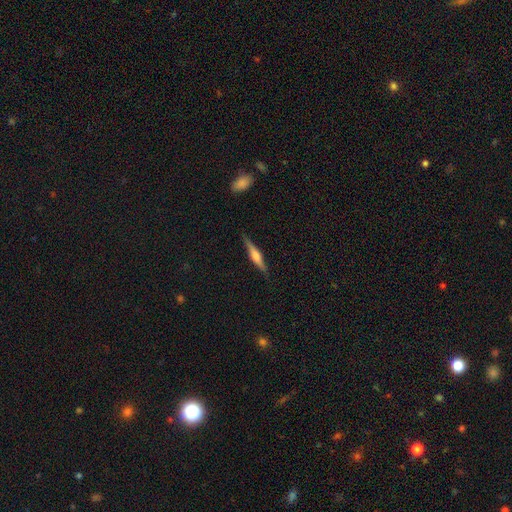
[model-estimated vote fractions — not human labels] Q: Smooth or featured?
A: featured or disk (65%); runner-up: smooth (30%)
Q: Edge-on disk?
A: yes (97%); runner-up: no (3%)
Q: Edge-on bulge?
A: rounded (77%); runner-up: boxy (17%)
Q: Merging?
A: none (88%); runner-up: minor disturbance (9%)